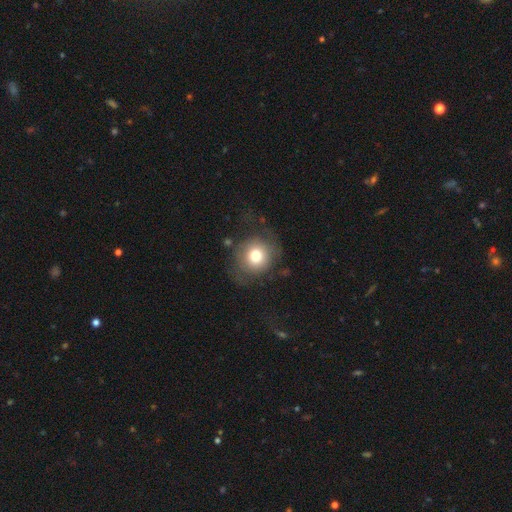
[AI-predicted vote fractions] Smooth or featured: smooth — 73% (featured or disk — 18%)
How rounded: round — 83% (in between — 16%)
Merging: none — 62% (minor disturbance — 20%)